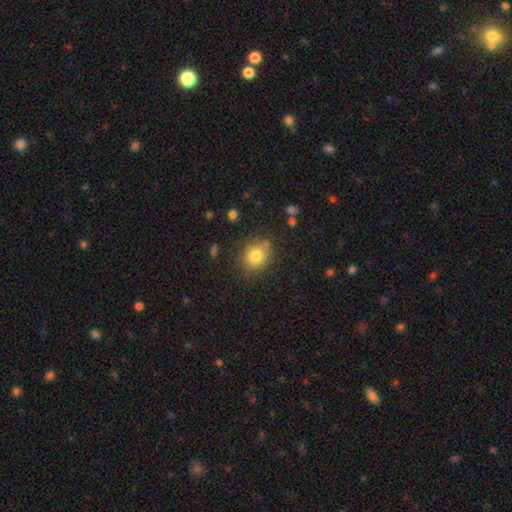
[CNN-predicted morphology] smooth_or_featured: smooth (p=0.81) [alt: star or artifact p=0.11]
how_rounded: round (p=0.76) [alt: in between p=0.23]
merging: none (p=0.79) [alt: minor disturbance p=0.13]